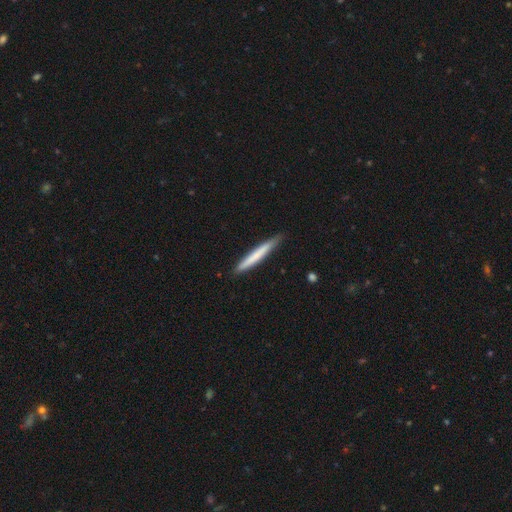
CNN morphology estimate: The model was most divided on "smooth or featured": smooth: 68%, featured or disk: 27%, star or artifact: 5%. More confident: how rounded — cigar-shaped (96%); merging — none (86%).